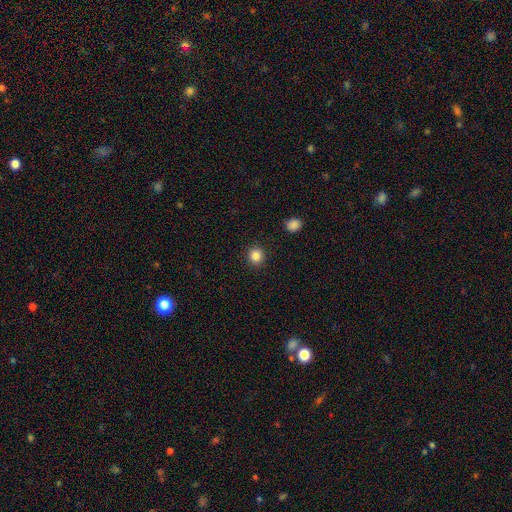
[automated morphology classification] Smooth or featured? smooth (85%)
How rounded? round (91%)
Merging? none (91%)